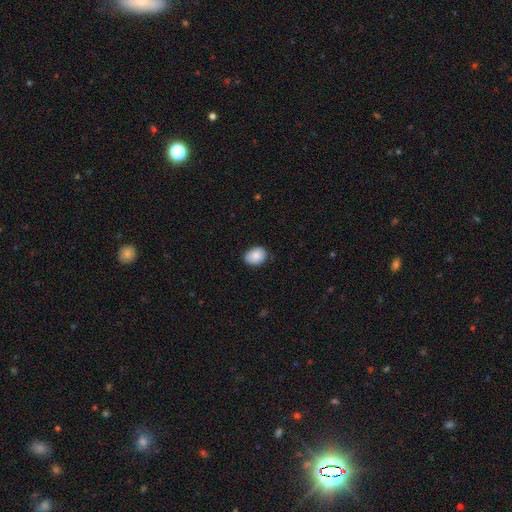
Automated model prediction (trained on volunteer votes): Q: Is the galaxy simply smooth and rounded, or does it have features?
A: smooth — 87%.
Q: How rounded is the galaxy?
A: in between — 69%.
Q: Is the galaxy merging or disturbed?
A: none — 80%.